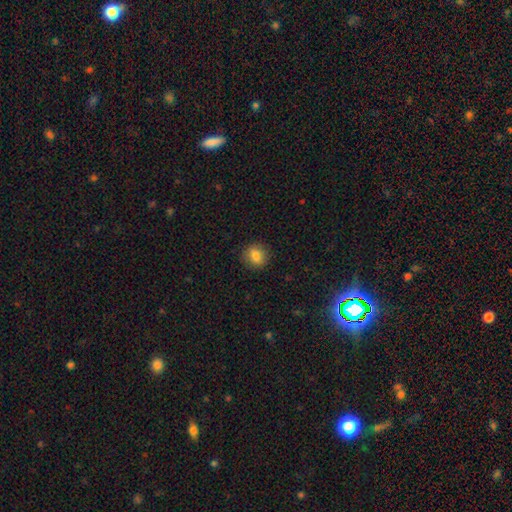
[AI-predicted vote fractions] Morphology: type=smooth (82%); roundness=round (79%); merging=none (88%).